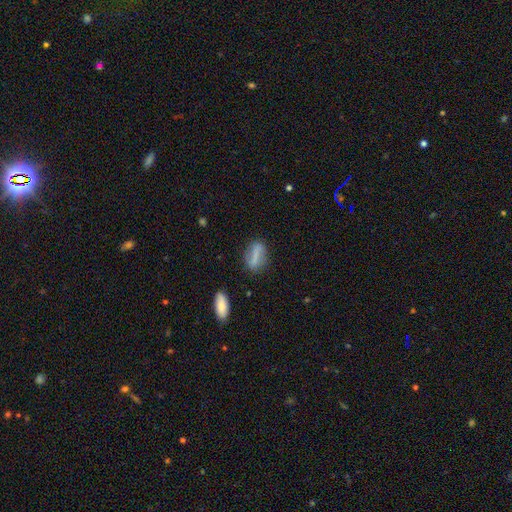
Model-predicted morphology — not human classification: Smooth or featured? Predicted: smooth (p=0.66). How rounded? Predicted: in between (p=0.60). Merging? Predicted: none (p=0.74).